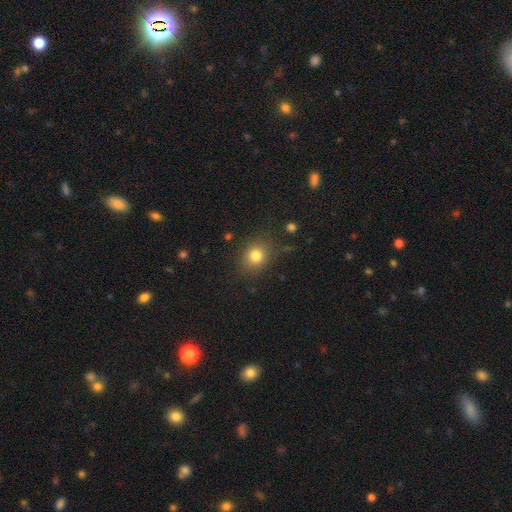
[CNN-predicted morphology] Smooth or featured? Predicted: smooth (p=0.80). How rounded? Predicted: round (p=0.69). Merging? Predicted: none (p=0.81).